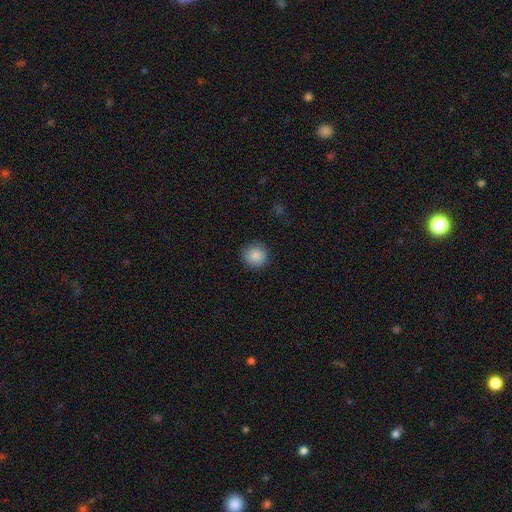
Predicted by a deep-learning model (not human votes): Smooth or featured?
  - smooth: 88% *
  - star or artifact: 9%
  - featured or disk: 3%
How rounded?
  - round: 92% *
  - in between: 7%
  - cigar-shaped: 1%
Merging?
  - none: 89% *
  - minor disturbance: 8%
  - major disturbance: 2%
  - merger: 1%